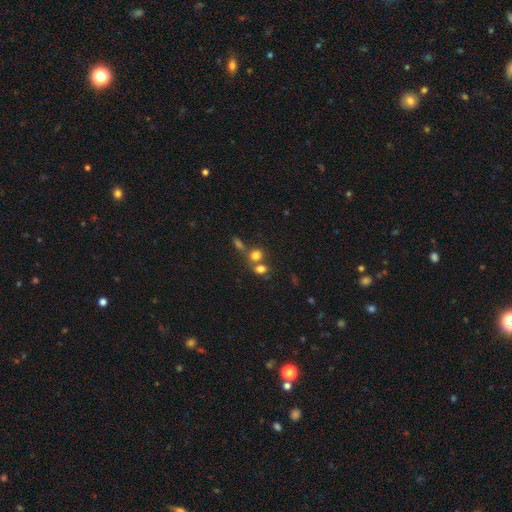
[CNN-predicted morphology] smooth-or-featured: smooth: 76% | star or artifact: 14% | featured or disk: 10%
  how-rounded: round: 59% | in between: 39% | cigar-shaped: 2%
  merging: merger: 44% | none: 43% | minor disturbance: 9% | major disturbance: 5%